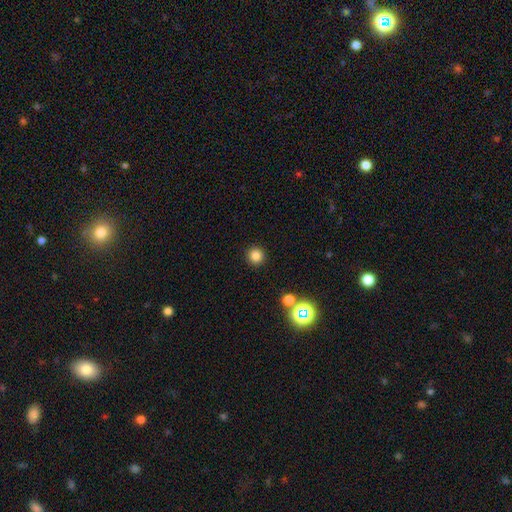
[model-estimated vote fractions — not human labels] Q: Smooth or featured?
A: smooth (81%); runner-up: star or artifact (14%)
Q: How rounded?
A: round (95%); runner-up: in between (4%)
Q: Merging?
A: none (91%); runner-up: minor disturbance (5%)